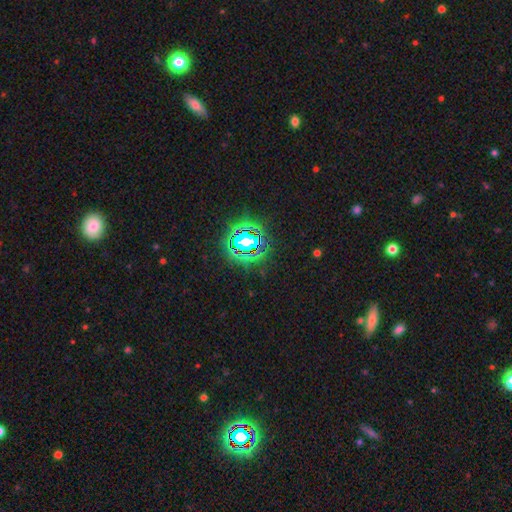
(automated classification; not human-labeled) The model was most divided on "smooth or featured": star or artifact: 77%, smooth: 15%, featured or disk: 8%.